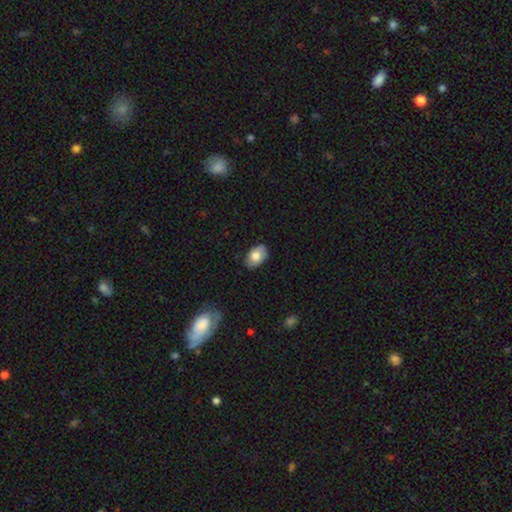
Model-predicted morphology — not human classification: smooth_or_featured: smooth (p=0.77) [alt: featured or disk p=0.16]
how_rounded: in between (p=0.89) [alt: round p=0.10]
merging: none (p=0.84) [alt: minor disturbance p=0.13]